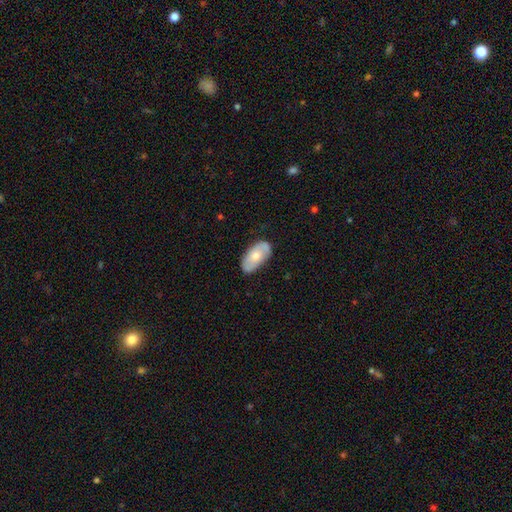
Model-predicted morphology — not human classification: Smooth or featured? smooth (60%)
How rounded? in between (94%)
Merging? none (77%)